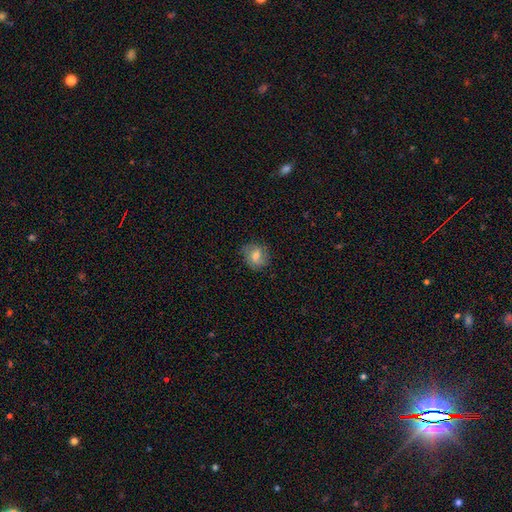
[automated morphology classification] type=smooth (57%); roundness=round (68%); merging=none (76%).